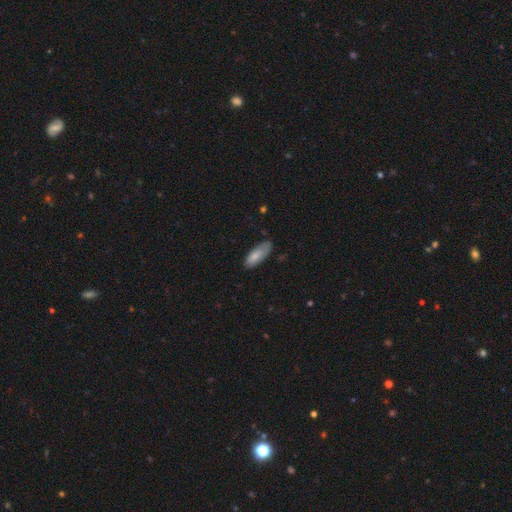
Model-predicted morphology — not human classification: smooth-or-featured: smooth: 83% | featured or disk: 11% | star or artifact: 6%
  how-rounded: in between: 69% | cigar-shaped: 30% | round: 2%
  merging: none: 71% | minor disturbance: 23% | major disturbance: 4% | merger: 2%